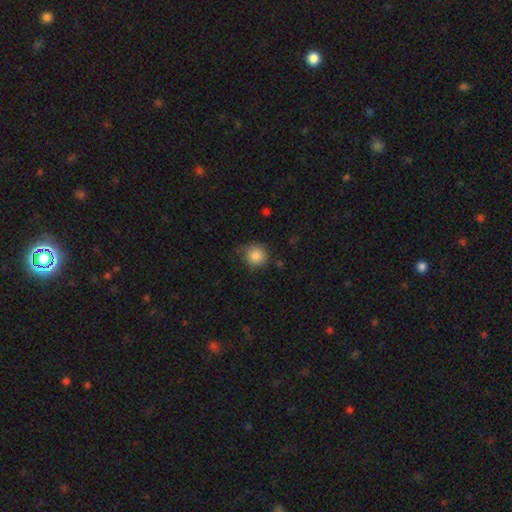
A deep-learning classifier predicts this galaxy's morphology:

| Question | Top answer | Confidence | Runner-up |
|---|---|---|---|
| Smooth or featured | smooth | 85% | star or artifact (9%) |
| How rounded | round | 92% | in between (7%) |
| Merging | none | 73% | minor disturbance (20%) |